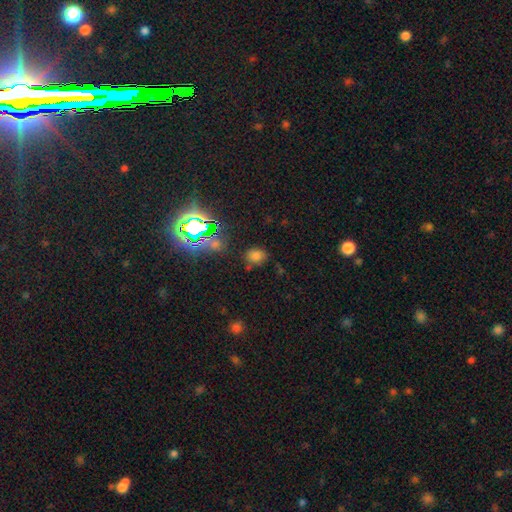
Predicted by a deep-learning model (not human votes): A smooth galaxy with no disk features (67%) that is round (52%).

Vote fractions:
- Smooth or featured? smooth: 67% / star or artifact: 26% / featured or disk: 7%
- How rounded? round: 52% / in between: 47% / cigar-shaped: 1%
- Merging? none: 74% / minor disturbance: 15% / merger: 6% / major disturbance: 5%